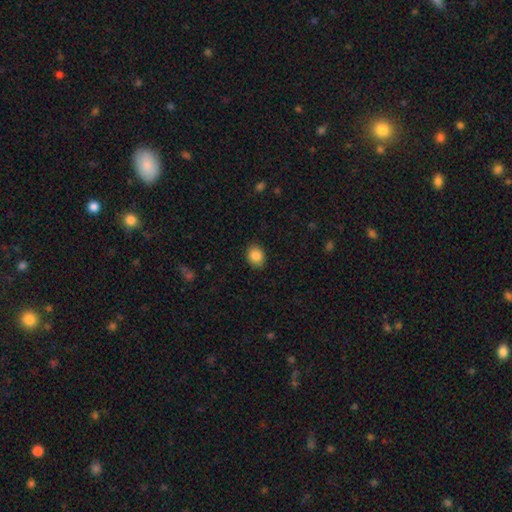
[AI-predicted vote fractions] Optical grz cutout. It shows a smooth galaxy with no disk features (86%) that is round (52%). Merging: none (89%).